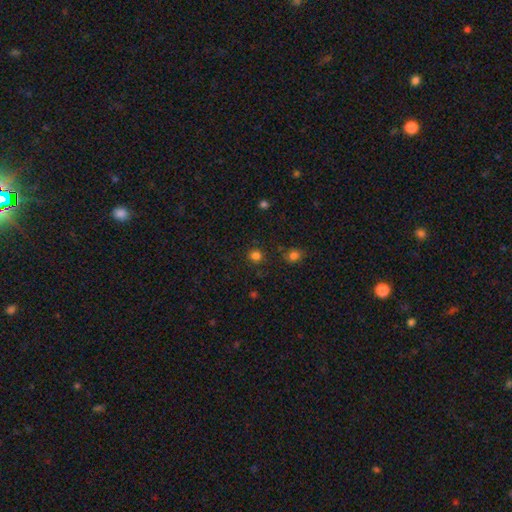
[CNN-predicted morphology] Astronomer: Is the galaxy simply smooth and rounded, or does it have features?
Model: smooth — 80%.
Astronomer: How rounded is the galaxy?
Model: round — 91%.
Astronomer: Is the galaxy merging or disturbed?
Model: none — 87%.